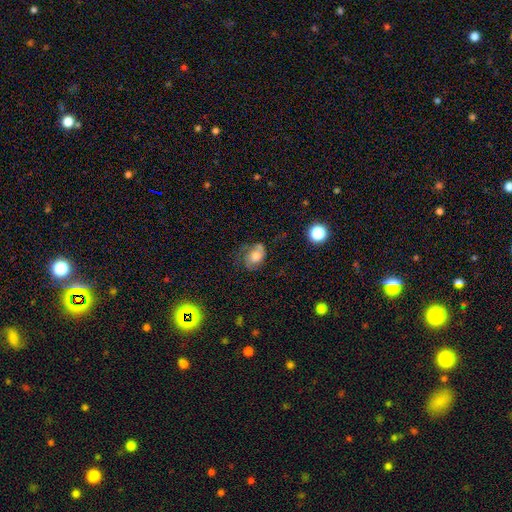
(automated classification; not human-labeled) featured or disk 49%, smooth 41%, star or artifact 10%. Down the decision tree: merging — none (44%).